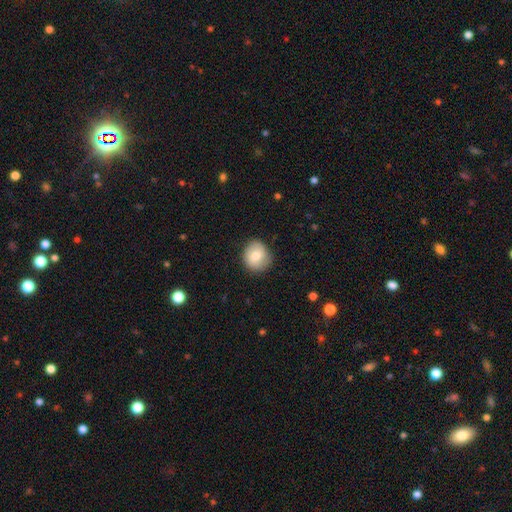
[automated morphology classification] Smooth or featured? smooth (76%)
How rounded? round (81%)
Merging? none (82%)